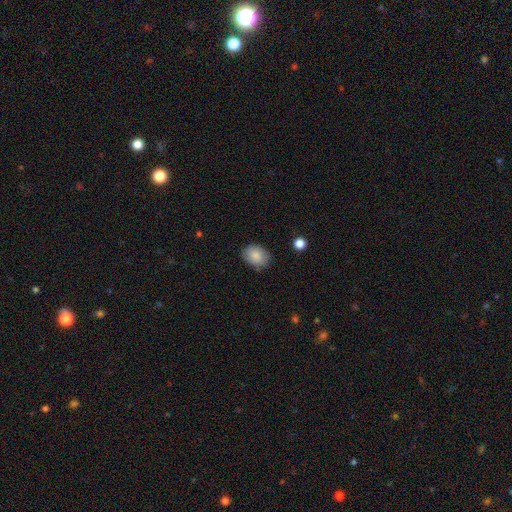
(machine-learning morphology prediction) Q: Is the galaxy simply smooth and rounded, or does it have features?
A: smooth — 86%.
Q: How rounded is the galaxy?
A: in between — 75%.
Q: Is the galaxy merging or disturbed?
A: none — 82%.